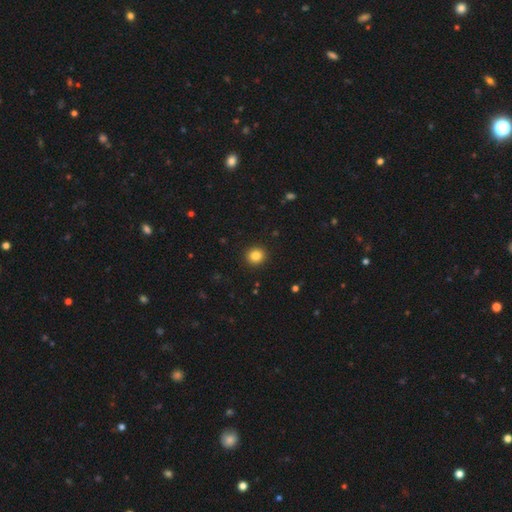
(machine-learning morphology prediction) This appears to be a smooth galaxy with no disk features (84%) that is round (89%). Merging: none (92%).